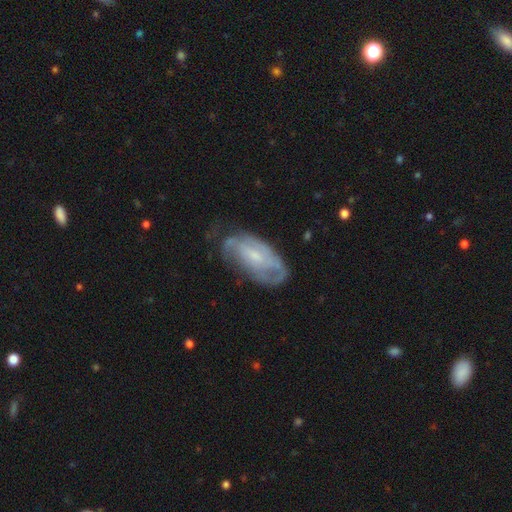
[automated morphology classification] This appears to be a featured or disk galaxy (67%) with no bar (52%), spiral arms (77%) and a small central bulge (61%). Merging: none (52%).